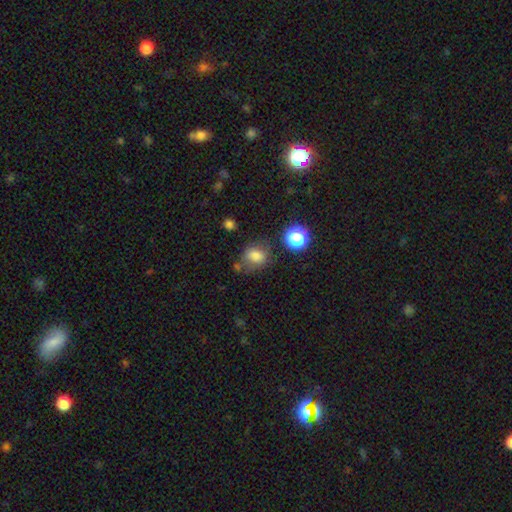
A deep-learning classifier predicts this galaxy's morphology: smooth 77%, star or artifact 14%, featured or disk 9%. Down the decision tree: how rounded — round (50%); merging — none (59%).